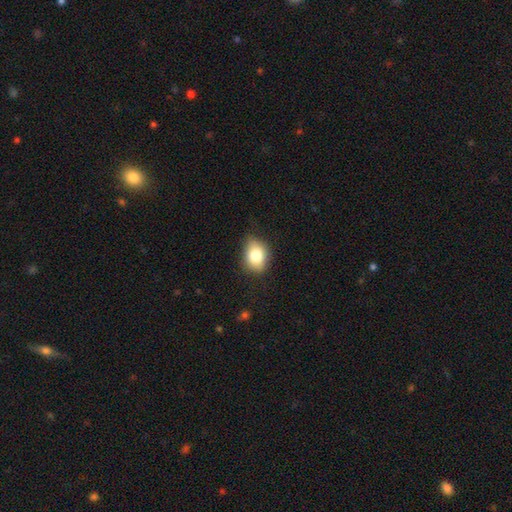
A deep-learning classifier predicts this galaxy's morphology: Smooth or featured? Predicted: smooth (p=0.80). How rounded? Predicted: in between (p=0.65). Merging? Predicted: none (p=0.78).